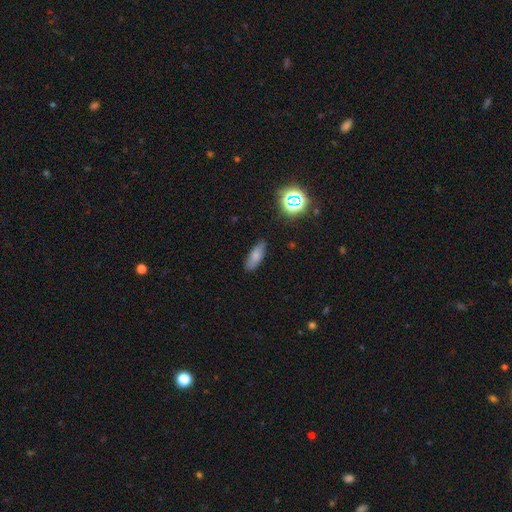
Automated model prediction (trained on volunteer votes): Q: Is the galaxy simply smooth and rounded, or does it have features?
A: smooth — 75%.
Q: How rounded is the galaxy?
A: in between — 66%.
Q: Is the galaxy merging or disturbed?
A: none — 81%.